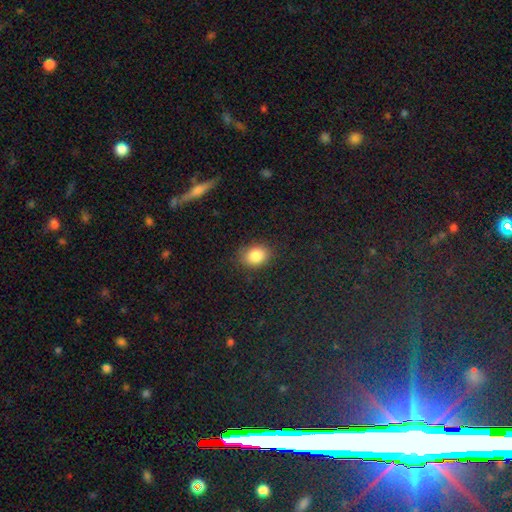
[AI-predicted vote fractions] Smooth or featured? Predicted: smooth (p=0.85). How rounded? Predicted: in between (p=0.53). Merging? Predicted: none (p=0.84).